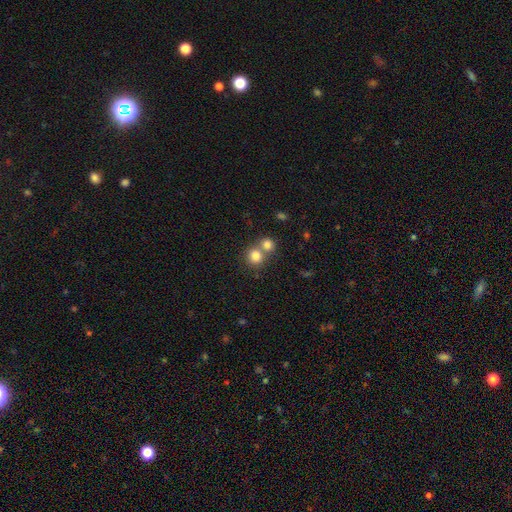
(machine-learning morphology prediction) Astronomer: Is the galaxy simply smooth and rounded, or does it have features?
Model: smooth — 80%.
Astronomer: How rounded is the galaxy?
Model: round — 85%.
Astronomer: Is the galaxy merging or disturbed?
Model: none — 47% (runner-up: merger, 45%).